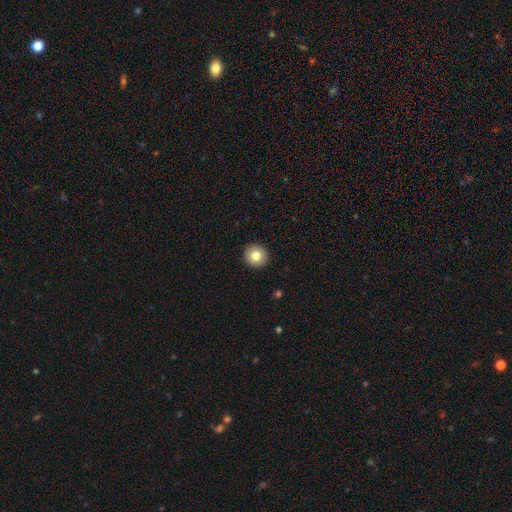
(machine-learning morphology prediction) A smooth galaxy with no disk features (81%) that is round (95%). Merging: none (93%).